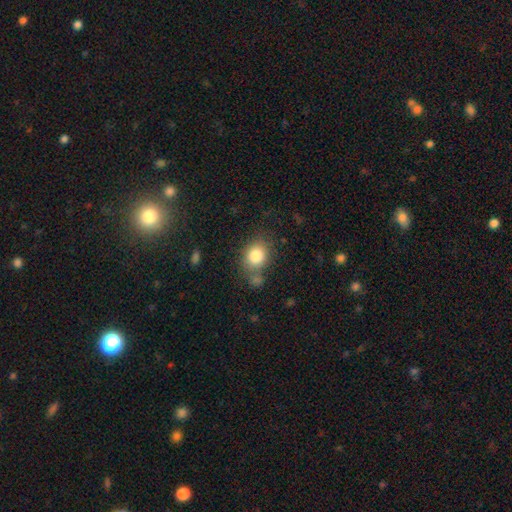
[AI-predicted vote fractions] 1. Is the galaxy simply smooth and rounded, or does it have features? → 82% smooth, 9% star or artifact, 8% featured or disk.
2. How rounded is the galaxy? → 58% round, 41% in between, 1% cigar-shaped.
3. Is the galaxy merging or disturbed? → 67% none, 17% minor disturbance, 10% merger, 6% major disturbance.